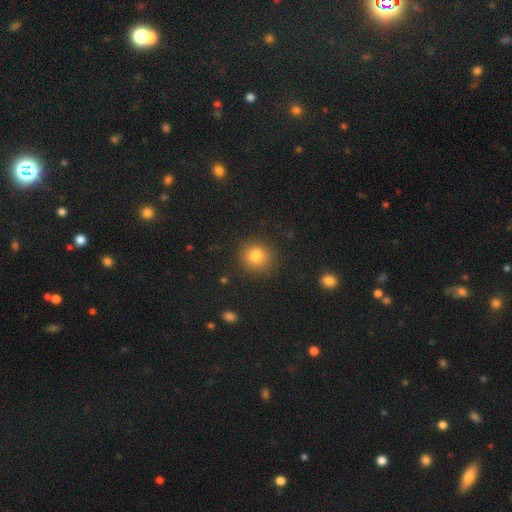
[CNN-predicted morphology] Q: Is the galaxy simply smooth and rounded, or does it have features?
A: smooth — 82%.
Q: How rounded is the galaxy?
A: round — 87%.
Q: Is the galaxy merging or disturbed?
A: none — 85%.